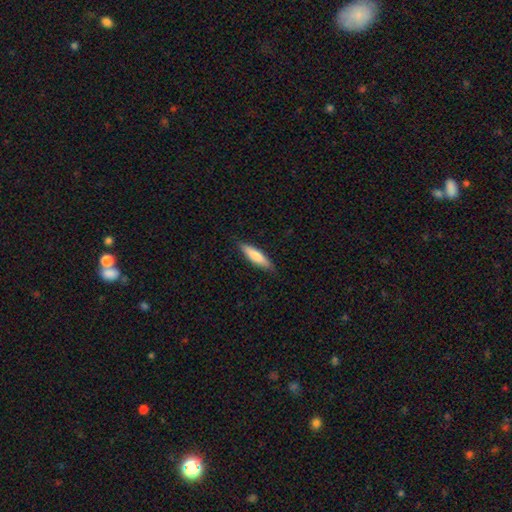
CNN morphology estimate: Overall: smooth (76%). How rounded: cigar-shaped (72%). Merging: none (86%).